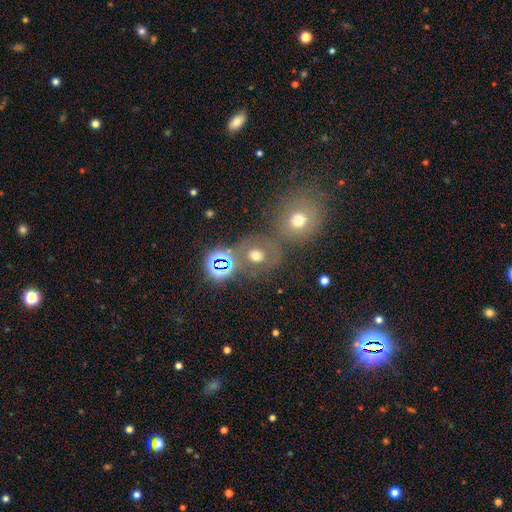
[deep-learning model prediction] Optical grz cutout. It shows a smooth galaxy with no disk features (58%) that is round (76%). Merging: none (58%).